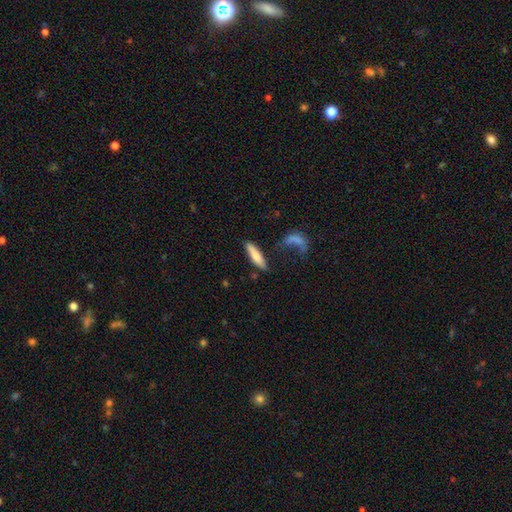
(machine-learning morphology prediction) This appears to be a smooth galaxy with no disk features (72%) that is cigar-shaped (69%). Merging: none (72%).